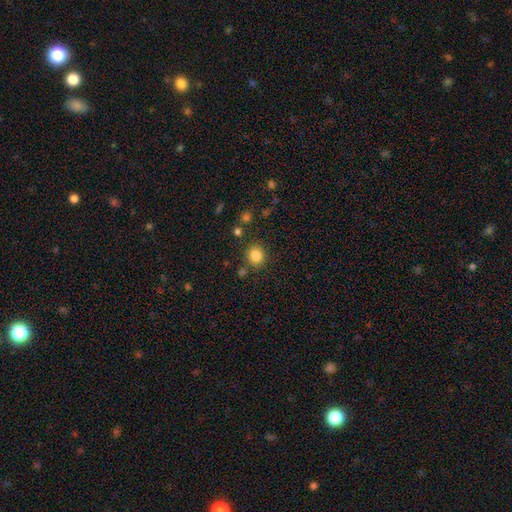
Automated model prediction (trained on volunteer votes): Morphology: type=smooth (83%); roundness=round (79%); merging=none (84%).